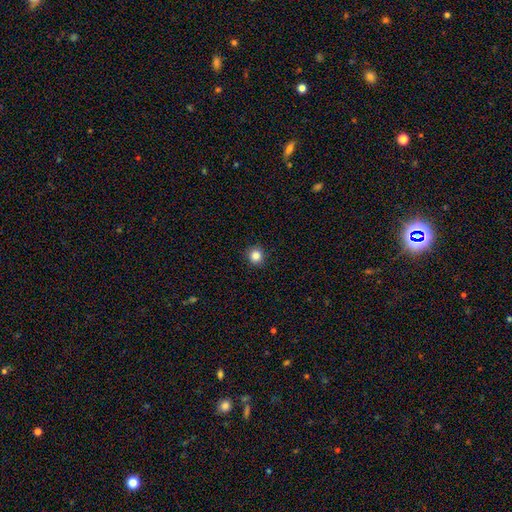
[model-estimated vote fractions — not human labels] smooth 86%, star or artifact 11%, featured or disk 4%. Down the decision tree: how rounded — round (91%); merging — none (91%).